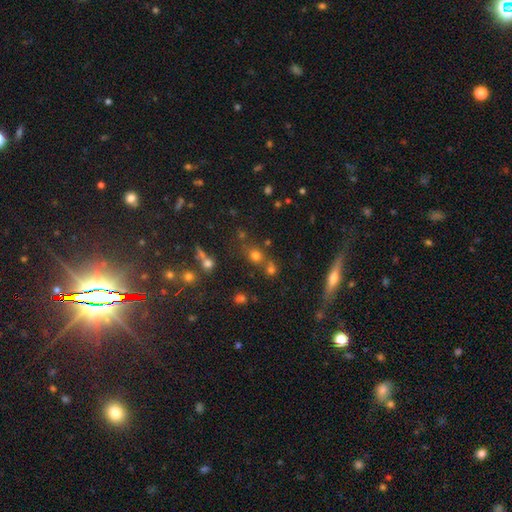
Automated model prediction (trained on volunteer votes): smooth-or-featured: smooth: 63% | star or artifact: 25% | featured or disk: 12%
  how-rounded: round: 77% | in between: 20% | cigar-shaped: 3%
  merging: none: 64% | merger: 23% | minor disturbance: 9% | major disturbance: 4%